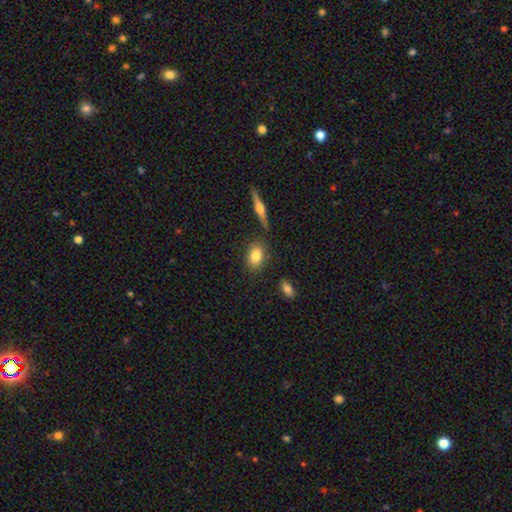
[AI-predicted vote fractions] The model was most divided on "how rounded": in between: 80%, round: 17%, cigar-shaped: 3%. More confident: smooth or featured — smooth (81%); merging — none (79%).